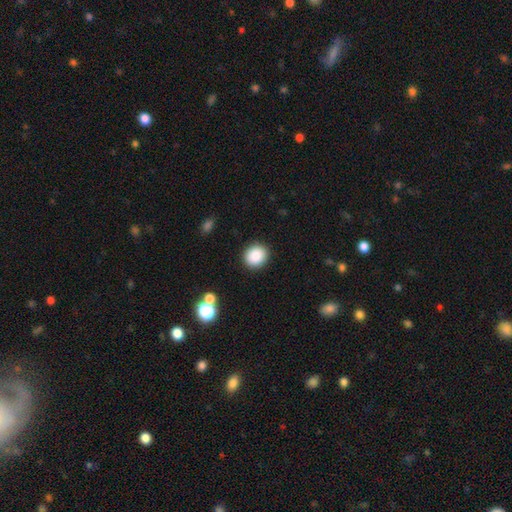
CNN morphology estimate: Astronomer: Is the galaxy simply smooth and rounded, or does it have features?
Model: smooth — 86%.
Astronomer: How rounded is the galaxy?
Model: round — 82%.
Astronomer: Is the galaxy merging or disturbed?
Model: none — 90%.